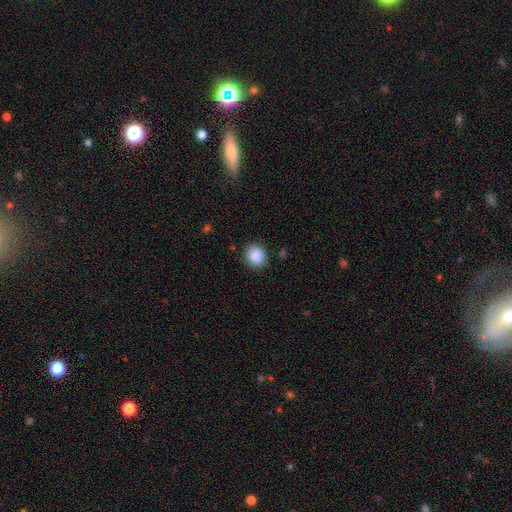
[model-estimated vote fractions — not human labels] smooth 89%, star or artifact 8%, featured or disk 3%. Down the decision tree: how rounded — round (70%); merging — none (85%).